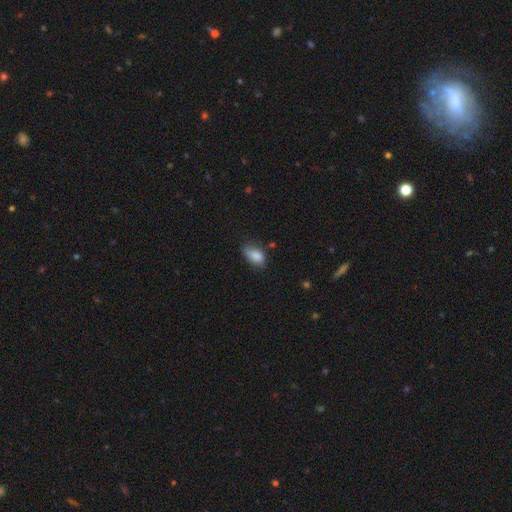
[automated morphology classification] smooth-or-featured: smooth: 83% | featured or disk: 8% | star or artifact: 8%
  how-rounded: in between: 89% | round: 8% | cigar-shaped: 3%
  merging: none: 55% | minor disturbance: 34% | major disturbance: 8% | merger: 3%